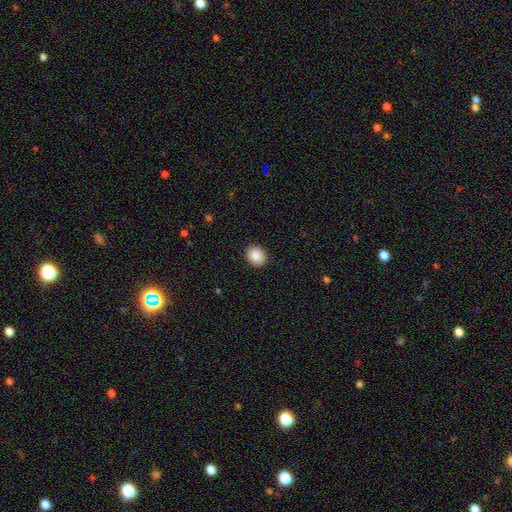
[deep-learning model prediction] Smooth or featured?
  - smooth: 89% *
  - star or artifact: 8%
  - featured or disk: 4%
How rounded?
  - round: 60% *
  - in between: 39%
  - cigar-shaped: 1%
Merging?
  - none: 91% *
  - minor disturbance: 7%
  - major disturbance: 2%
  - merger: 1%